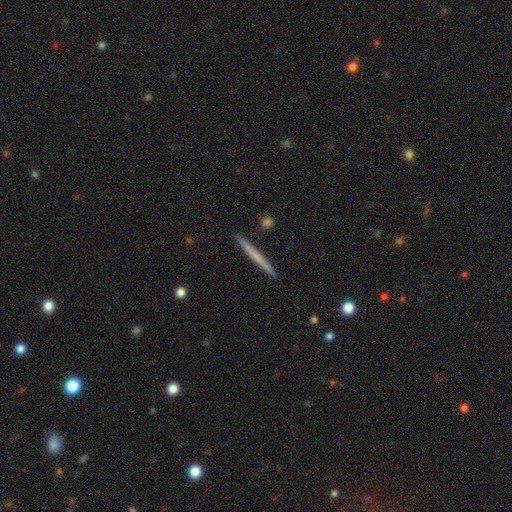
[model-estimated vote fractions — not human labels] smooth-or-featured: smooth: 54% | featured or disk: 41% | star or artifact: 5%
  how-rounded: cigar-shaped: 97% | in between: 2% | round: 1%
  merging: none: 92% | minor disturbance: 5% | merger: 1% | major disturbance: 1%